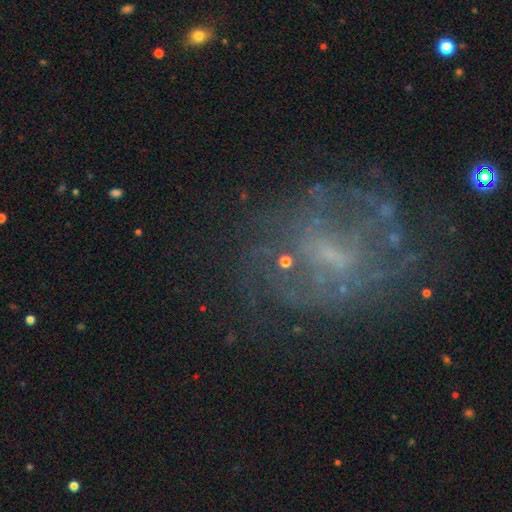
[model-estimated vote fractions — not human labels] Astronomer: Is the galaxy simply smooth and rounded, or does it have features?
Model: featured or disk — 65%.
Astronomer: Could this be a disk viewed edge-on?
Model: no — 97%.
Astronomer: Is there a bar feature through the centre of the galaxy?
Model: no — 47% (runner-up: weak, 41%).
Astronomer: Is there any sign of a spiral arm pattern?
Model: yes — 53% (runner-up: no, 47%).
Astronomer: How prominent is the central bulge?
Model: small — 46% (runner-up: none, 33%).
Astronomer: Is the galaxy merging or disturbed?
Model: none — 57%.